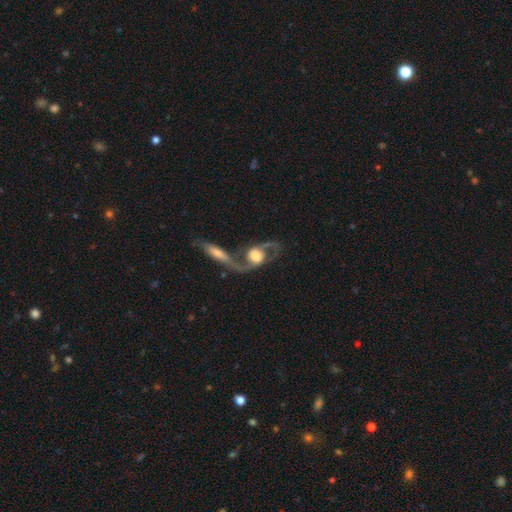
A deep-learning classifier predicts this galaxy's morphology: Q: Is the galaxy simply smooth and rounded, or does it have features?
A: featured or disk — 82%.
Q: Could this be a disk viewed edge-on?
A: no — 92%.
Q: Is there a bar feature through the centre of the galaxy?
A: no — 61%.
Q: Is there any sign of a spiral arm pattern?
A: yes — 92%.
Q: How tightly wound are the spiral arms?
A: loose — 61%.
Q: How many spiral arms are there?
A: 2 — 90%.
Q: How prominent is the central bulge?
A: large — 48%.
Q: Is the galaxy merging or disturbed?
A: merger — 45%.